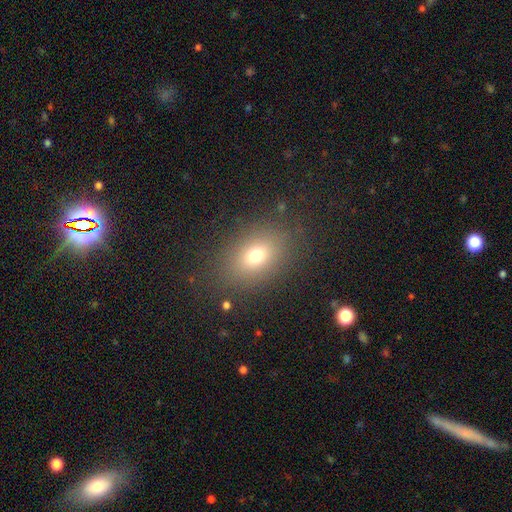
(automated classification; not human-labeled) The model was most divided on "how rounded": in between: 69%, round: 29%, cigar-shaped: 2%. More confident: merging — none (82%); smooth or featured — smooth (70%).